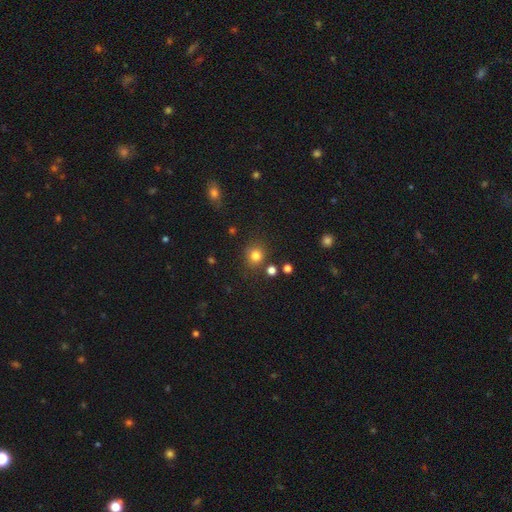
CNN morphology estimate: Smooth or featured? Predicted: smooth (p=0.80). How rounded? Predicted: round (p=0.87). Merging? Predicted: none (p=0.81).